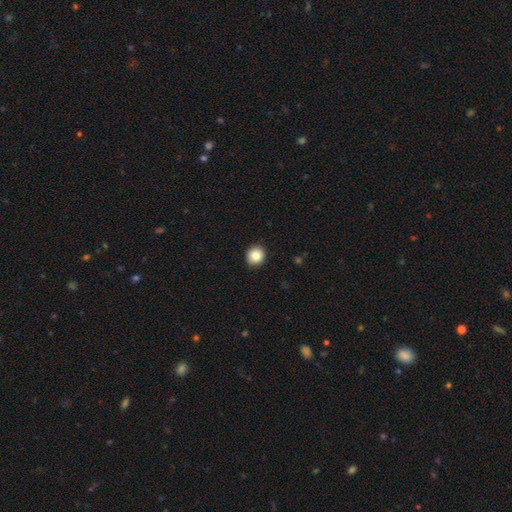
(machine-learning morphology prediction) This appears to be a smooth galaxy with no disk features (84%) that is round (91%). Merging: none (92%).